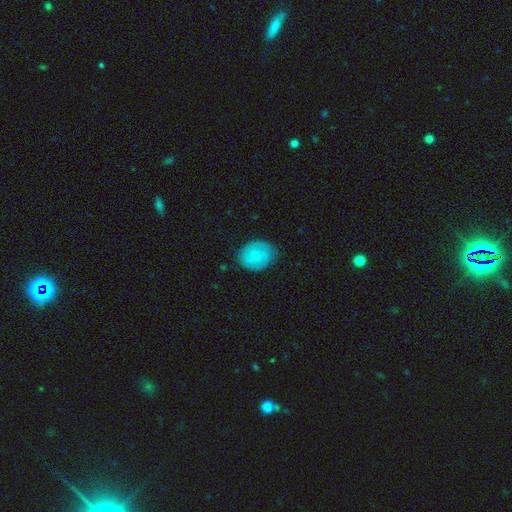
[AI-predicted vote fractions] Morphology: type=smooth (57%); roundness=round (55%); merging=none (70%).